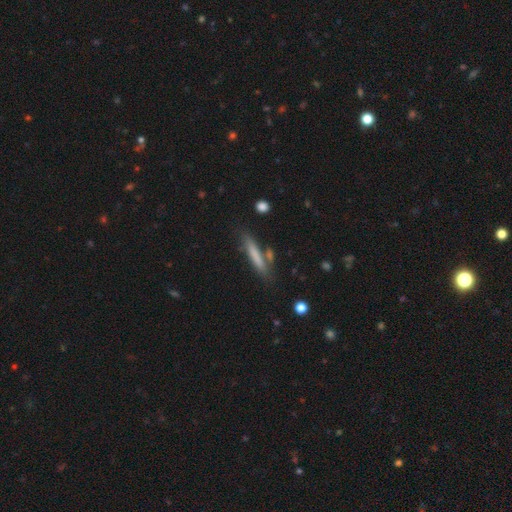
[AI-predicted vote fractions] A smooth galaxy with no disk features (72%) that is cigar-shaped (90%). Merging: none (74%).